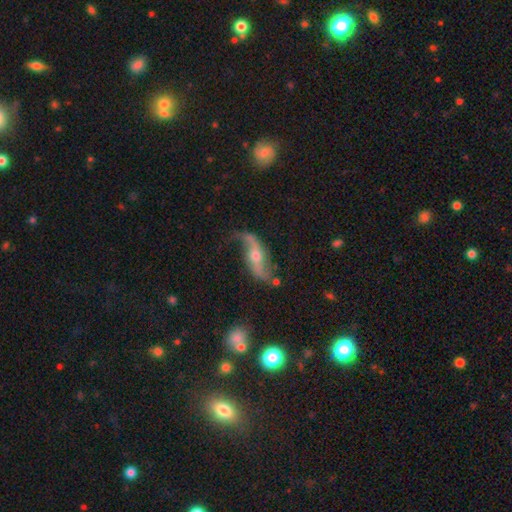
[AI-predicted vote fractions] Morphology: type=featured or disk (83%); edge-on=no (87%); bar=no (57%); spiral arms=yes (94%); winding=loose (85%); arm count=2 (91%); bulge=moderate (54%); merging=none (66%).